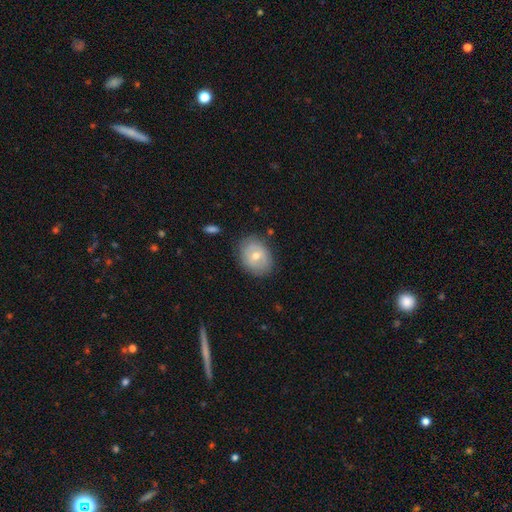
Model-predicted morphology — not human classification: Smooth or featured: smooth — 56% (featured or disk — 37%)
How rounded: in between — 54% (round — 45%)
Merging: none — 78% (minor disturbance — 16%)